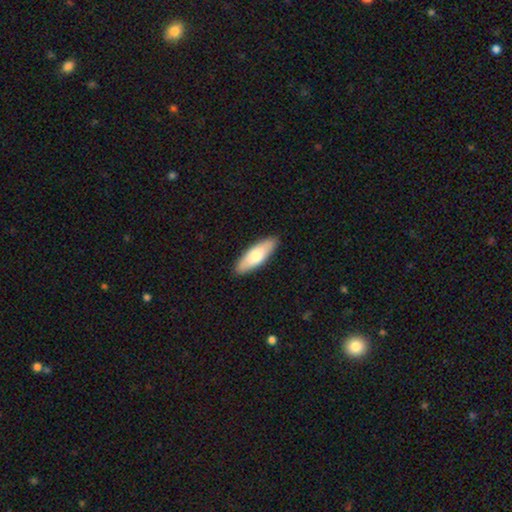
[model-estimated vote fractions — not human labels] Smooth or featured? smooth (71%)
How rounded? in between (55%)
Merging? none (90%)